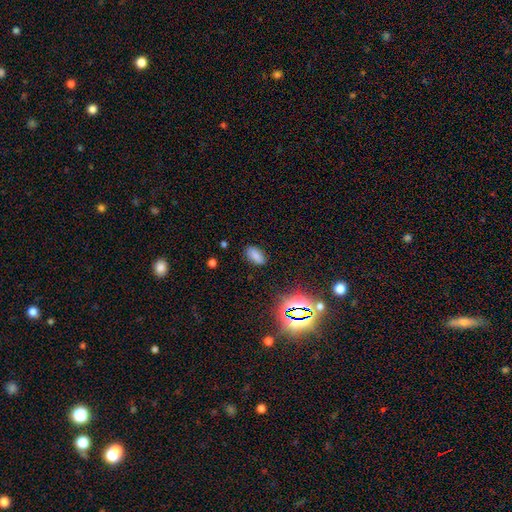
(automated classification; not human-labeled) Smooth or featured? smooth (73%)
How rounded? in between (91%)
Merging? none (84%)